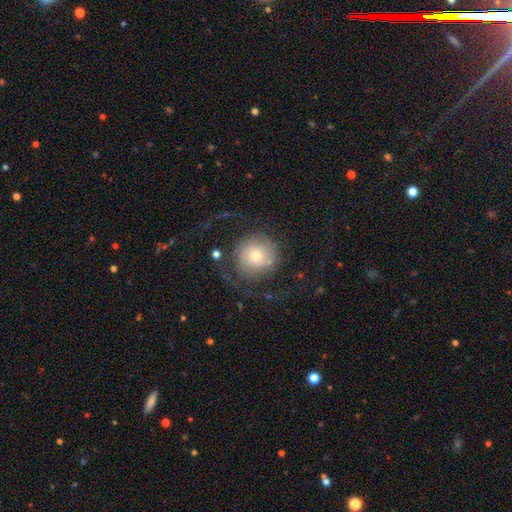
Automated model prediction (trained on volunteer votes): The model was most divided on "bulge size": moderate: 50%, small: 35%, large: 10%, dominant: 4%, none: 2%. More confident: edge-on disk — no (97%); spiral arms — yes (79%); bar — no (78%); merging — none (57%); smooth or featured — featured or disk (54%).